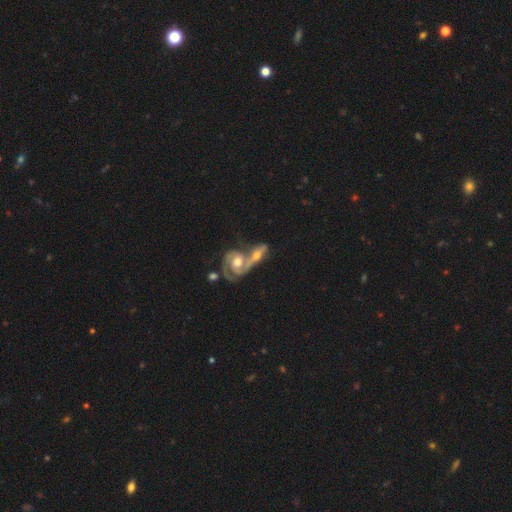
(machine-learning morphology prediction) The model was most divided on "spiral winding": tight: 47%, medium: 39%, loose: 14%. More confident: edge-on disk — no (92%); spiral arms — yes (90%); smooth or featured — featured or disk (80%); spiral arm count — 2 (73%); bulge size — moderate (70%); merging — merger (70%); bar — no (58%).